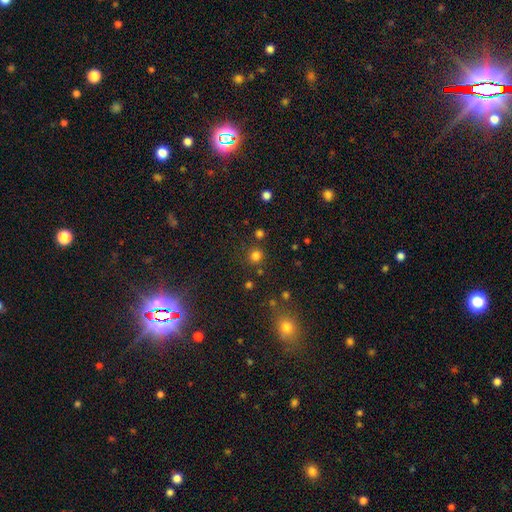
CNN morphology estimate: This is likely a smooth galaxy (77%). How rounded: clearly round (91%). Merging: clearly none (83%).